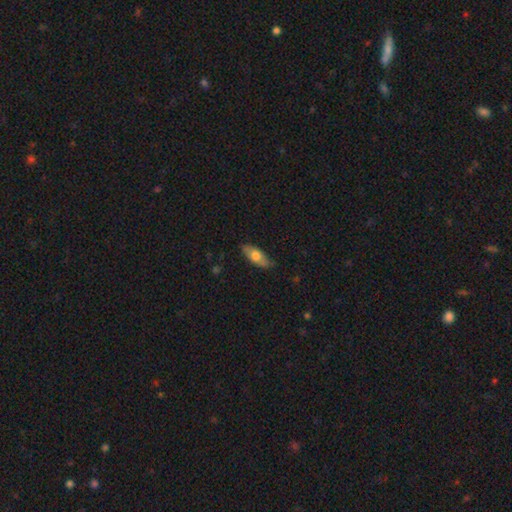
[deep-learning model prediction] smooth 67%, featured or disk 27%, star or artifact 6%. Down the decision tree: how rounded — in between (80%); merging — none (82%).